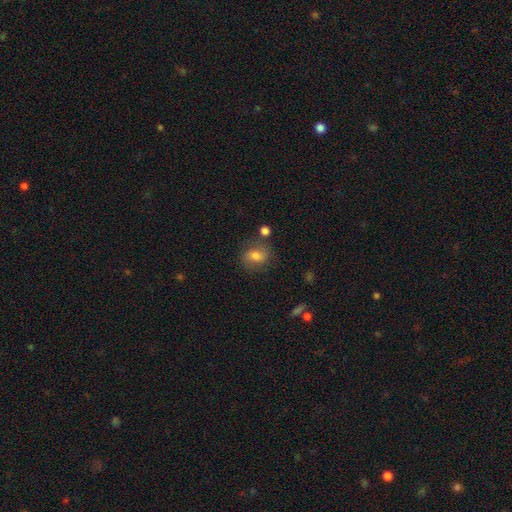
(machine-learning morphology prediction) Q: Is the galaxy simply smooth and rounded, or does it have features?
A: smooth — 65%.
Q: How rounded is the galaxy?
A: in between — 52%.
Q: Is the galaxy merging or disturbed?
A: none — 70%.